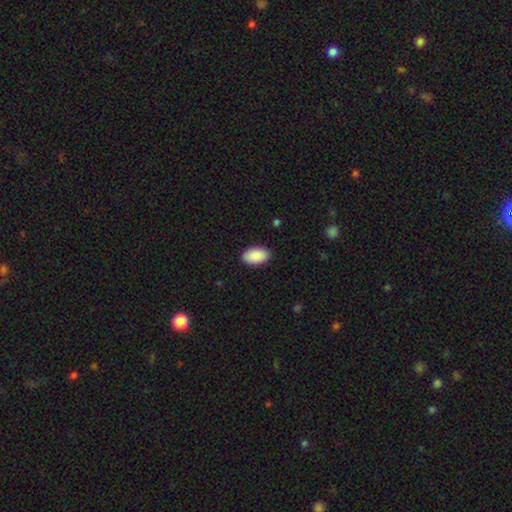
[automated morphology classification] A smooth galaxy with no disk features (91%) that is in between round and cigar-shaped (95%). Merging: none (89%).